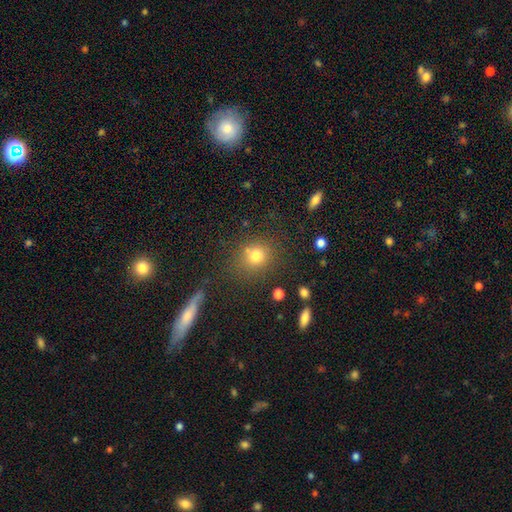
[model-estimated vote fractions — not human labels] This appears to be a smooth galaxy with no disk features (76%) that is round (78%). Merging: none (73%).